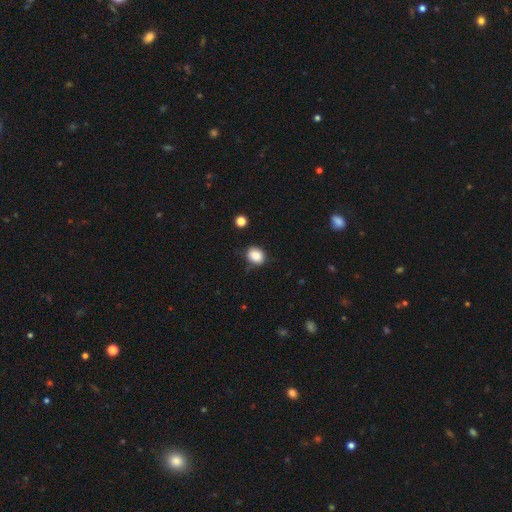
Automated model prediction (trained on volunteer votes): smooth_or_featured: smooth (p=0.86) [alt: star or artifact p=0.09]
how_rounded: round (p=0.58) [alt: in between p=0.41]
merging: none (p=0.74) [alt: minor disturbance p=0.19]